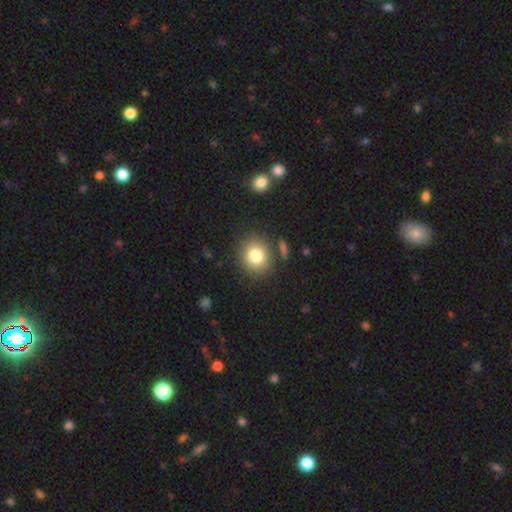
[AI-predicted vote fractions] Smooth or featured?
  - smooth: 80% *
  - star or artifact: 11%
  - featured or disk: 9%
How rounded?
  - round: 78% *
  - in between: 22%
  - cigar-shaped: 1%
Merging?
  - none: 84% *
  - minor disturbance: 9%
  - merger: 4%
  - major disturbance: 3%